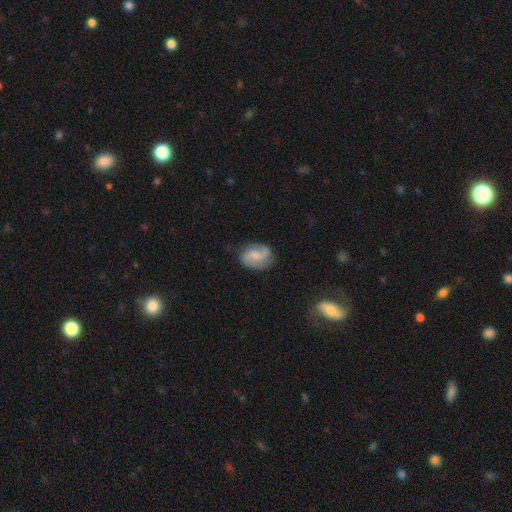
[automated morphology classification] A featured or disk galaxy (57%) with a weak bar (46%), 2 (84%) loose (44%) spiral arms (90%) and a small central bulge (36%).

Vote fractions:
- Smooth or featured? featured or disk: 57% / smooth: 36% / star or artifact: 7%
- Edge-on disk? no: 97% / yes: 3%
- Bar? weak: 46% / no: 44% / strong: 10%
- Spiral arms? yes: 90% / no: 10%
- Spiral winding? loose: 44% / medium: 41% / tight: 15%
- Spiral arm count? 2: 84% / can't tell: 7% / 1: 5% / 3: 2% / 4: 1% / more than 4: 1%
- Bulge size? small: 36% / moderate: 32% / none: 25% / large: 4% / dominant: 1%
- Merging? none: 72% / minor disturbance: 19% / major disturbance: 6% / merger: 2%